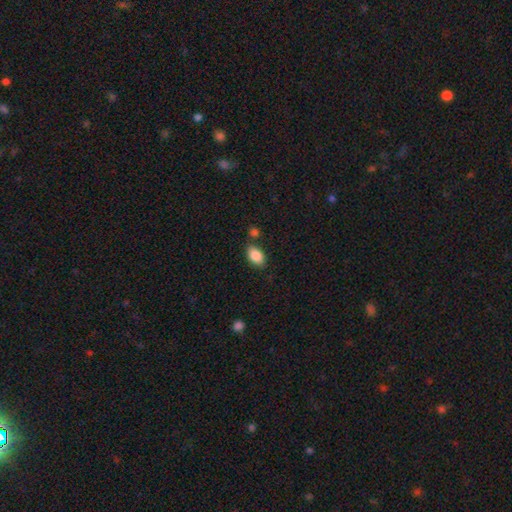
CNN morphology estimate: This is clearly a smooth galaxy (87%). How rounded: clearly in between (90%). Merging: likely none (74%).